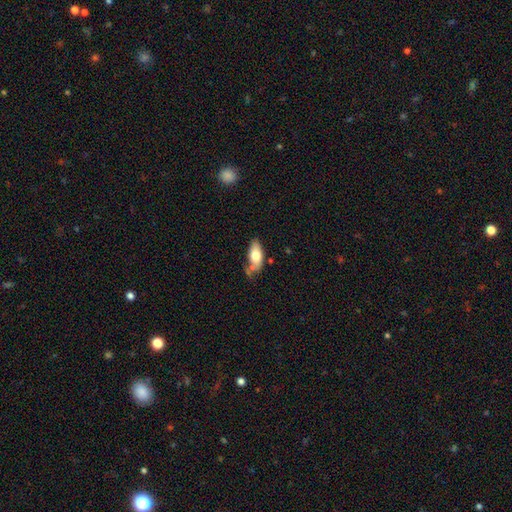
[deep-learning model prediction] smooth-or-featured: smooth: 74% | featured or disk: 20% | star or artifact: 6%
  how-rounded: in between: 88% | cigar-shaped: 9% | round: 3%
  merging: none: 50% | minor disturbance: 27% | merger: 14% | major disturbance: 9%